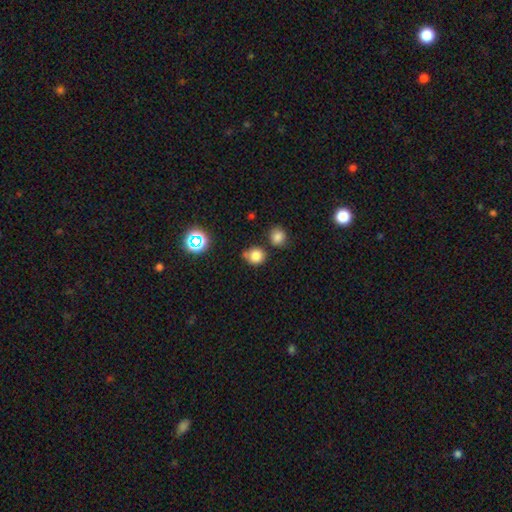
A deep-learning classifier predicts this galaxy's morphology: A smooth galaxy with no disk features (80%) that is round (82%).

Vote fractions:
- Smooth or featured? smooth: 80% / star or artifact: 15% / featured or disk: 6%
- How rounded? round: 82% / in between: 17% / cigar-shaped: 1%
- Merging? none: 66% / minor disturbance: 18% / merger: 11% / major disturbance: 5%